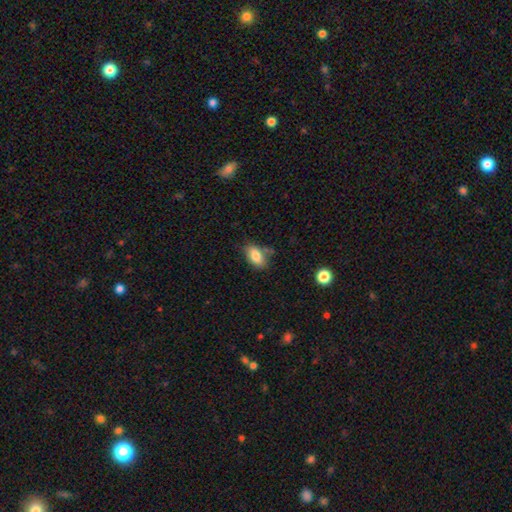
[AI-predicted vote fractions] A smooth galaxy with no disk features (84%) that is in between round and cigar-shaped (89%).

Vote fractions:
- Smooth or featured? smooth: 84% / featured or disk: 9% / star or artifact: 8%
- How rounded? in between: 89% / round: 7% / cigar-shaped: 4%
- Merging? none: 69% / minor disturbance: 21% / merger: 6% / major disturbance: 4%